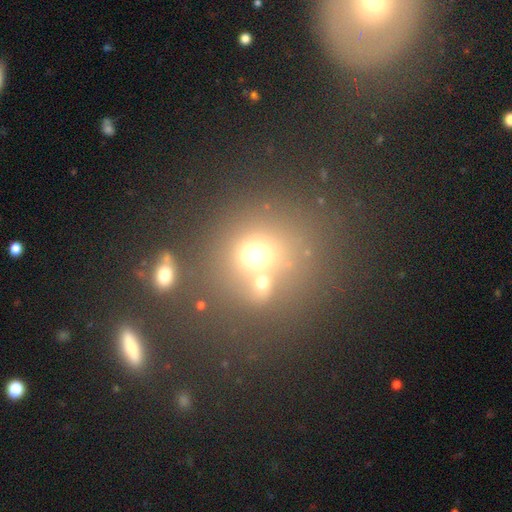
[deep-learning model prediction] smooth-or-featured: smooth: 62% | star or artifact: 23% | featured or disk: 15%
  how-rounded: round: 77% | in between: 22% | cigar-shaped: 1%
  merging: none: 49% | merger: 34% | minor disturbance: 10% | major disturbance: 7%